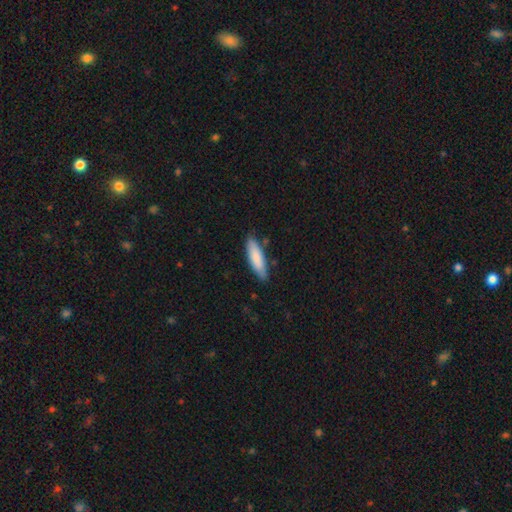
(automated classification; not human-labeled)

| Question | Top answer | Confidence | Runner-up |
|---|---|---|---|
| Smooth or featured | smooth | 83% | featured or disk (12%) |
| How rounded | cigar-shaped | 59% | in between (39%) |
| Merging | none | 81% | minor disturbance (15%) |